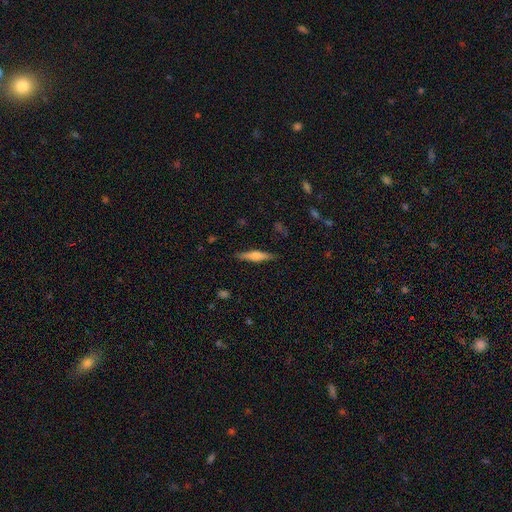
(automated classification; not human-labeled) This appears to be a featured or disk galaxy (48%). Merging: none (87%).